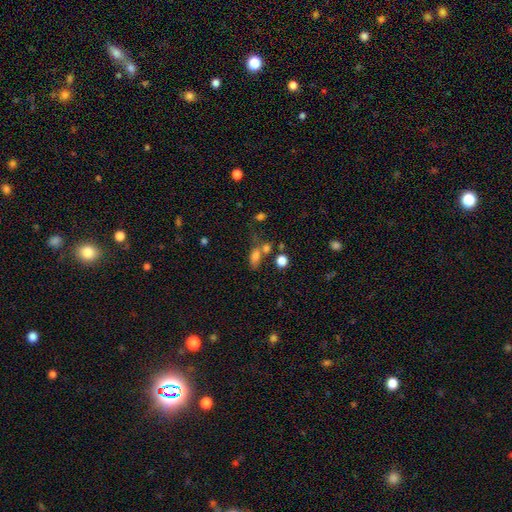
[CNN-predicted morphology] smooth_or_featured: smooth (p=0.72) [alt: star or artifact p=0.15]
how_rounded: in between (p=0.75) [alt: round p=0.16]
merging: none (p=0.40) [alt: merger p=0.29]